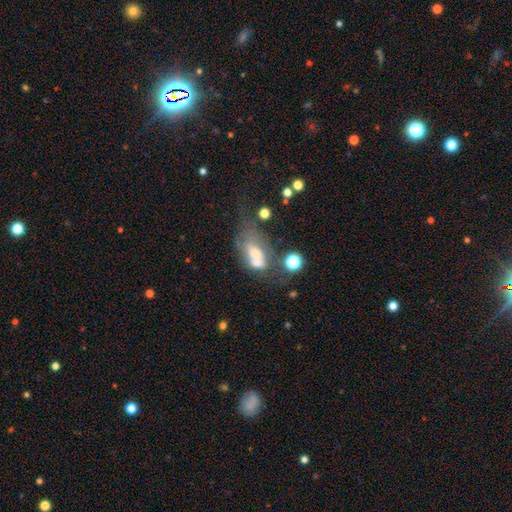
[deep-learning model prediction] The model was most divided on "merging": merger: 41%, major disturbance: 28%, none: 17%, minor disturbance: 15%. More confident: how rounded — in between (77%); smooth or featured — smooth (52%).